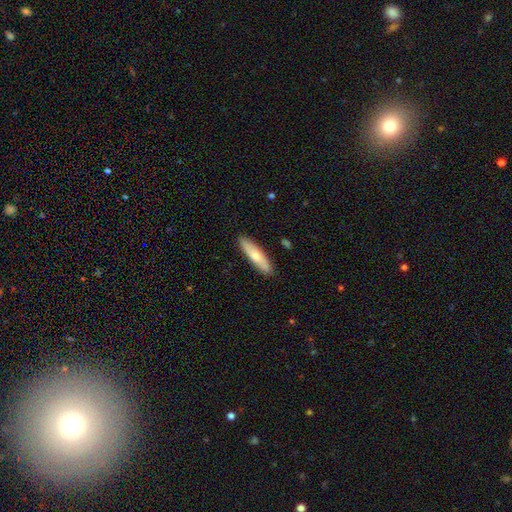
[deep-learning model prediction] smooth_or_featured: smooth (p=0.69) [alt: featured or disk p=0.26]
how_rounded: cigar-shaped (p=0.74) [alt: in between p=0.25]
merging: none (p=0.88) [alt: minor disturbance p=0.09]